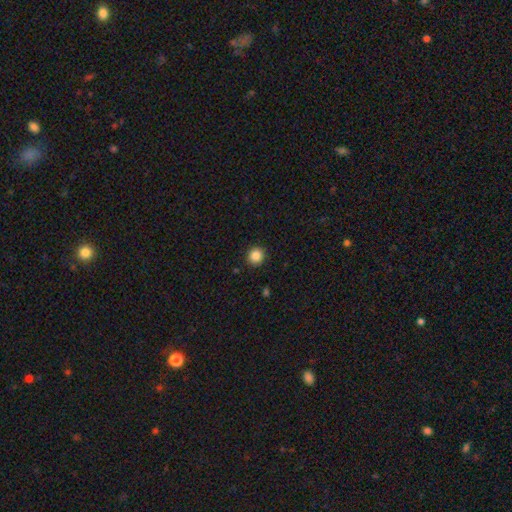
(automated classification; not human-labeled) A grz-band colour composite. It shows a smooth galaxy with no disk features (86%) that is round (92%). Merging: none (92%).